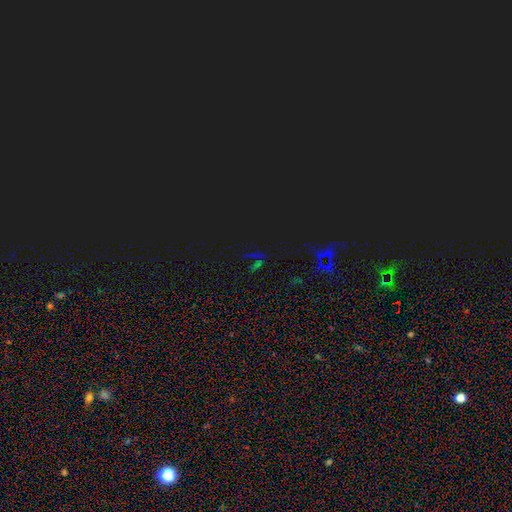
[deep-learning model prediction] A star or artifact, not a galaxy (74%).